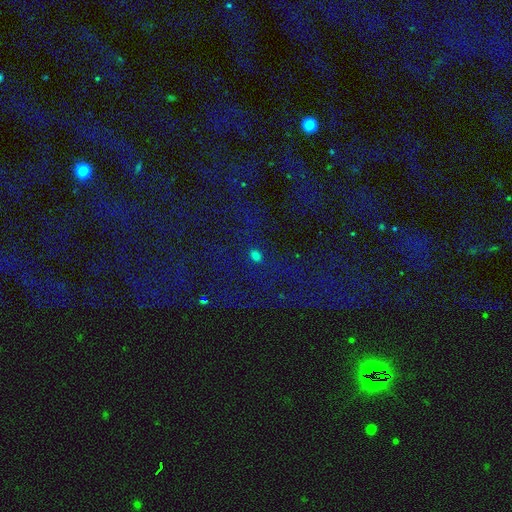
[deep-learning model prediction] smooth-or-featured: smooth: 61% | star or artifact: 32% | featured or disk: 7%
  how-rounded: in between: 54% | round: 44% | cigar-shaped: 2%
  merging: none: 77% | minor disturbance: 12% | major disturbance: 6% | merger: 5%